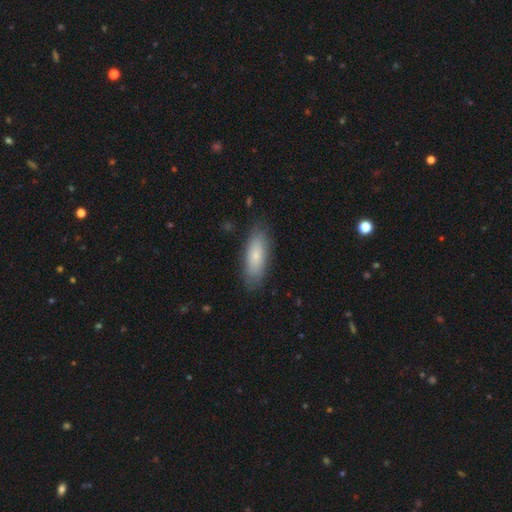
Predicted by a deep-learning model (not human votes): Q: Smooth or featured?
A: smooth (76%); runner-up: featured or disk (18%)
Q: How rounded?
A: in between (64%); runner-up: cigar-shaped (33%)
Q: Merging?
A: none (83%); runner-up: minor disturbance (13%)